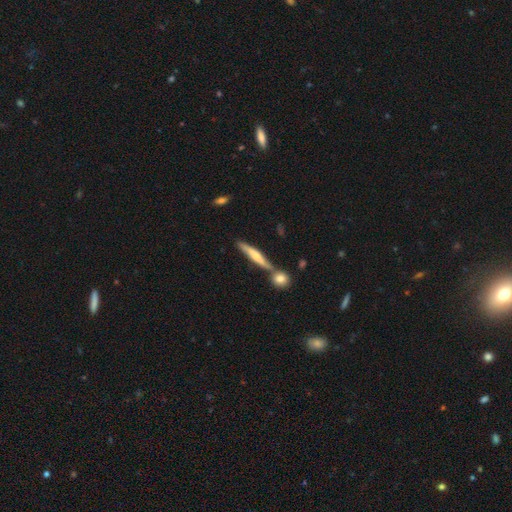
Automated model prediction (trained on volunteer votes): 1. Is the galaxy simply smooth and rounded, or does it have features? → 47% smooth (tied), 47% featured or disk (tied), 6% star or artifact.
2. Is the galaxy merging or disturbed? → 65% none, 19% merger, 13% minor disturbance, 3% major disturbance.